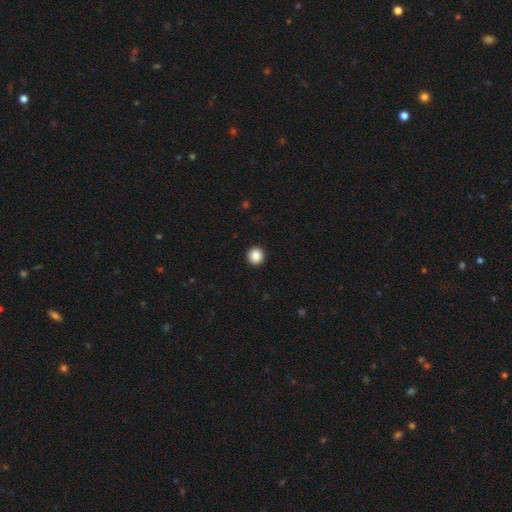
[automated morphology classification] smooth 89%, star or artifact 9%, featured or disk 3%. Down the decision tree: how rounded — round (94%); merging — none (93%).